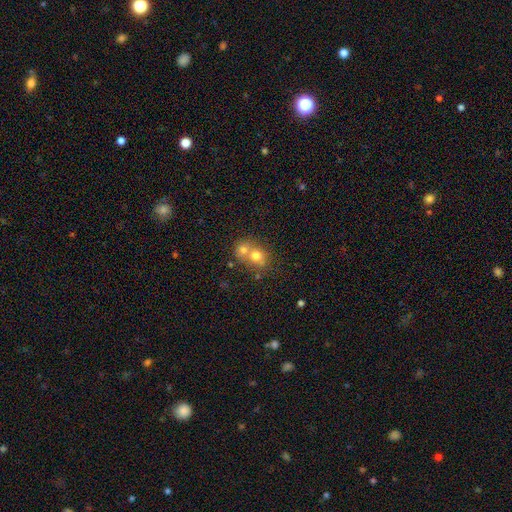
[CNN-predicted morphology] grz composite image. It shows a smooth galaxy with no disk features (69%) that is round (74%). Merging: merger (59%).